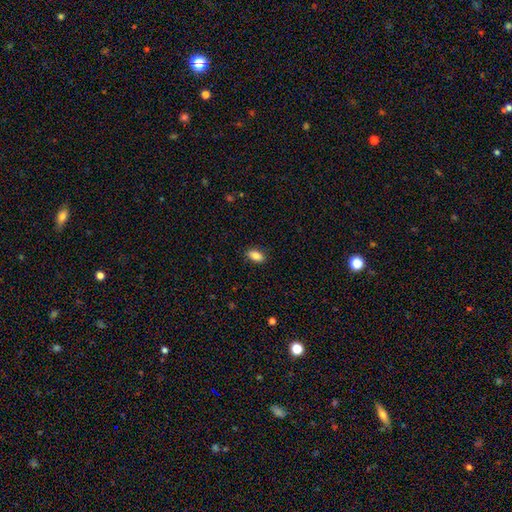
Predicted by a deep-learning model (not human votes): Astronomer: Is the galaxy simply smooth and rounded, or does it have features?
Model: smooth — 86%.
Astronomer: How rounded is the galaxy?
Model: in between — 91%.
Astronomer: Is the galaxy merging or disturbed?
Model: none — 87%.